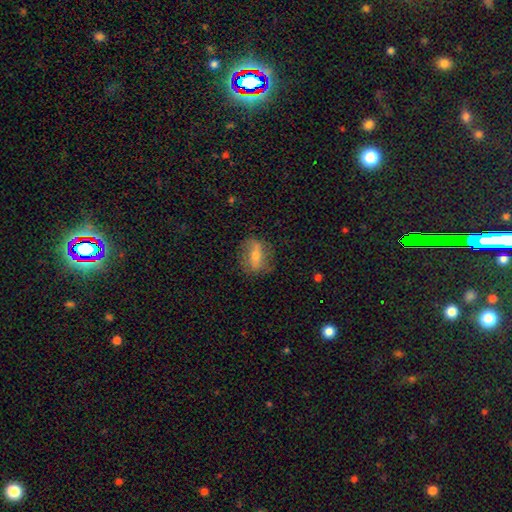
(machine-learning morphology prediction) A featured or disk galaxy (48%). Merging: none (76%).